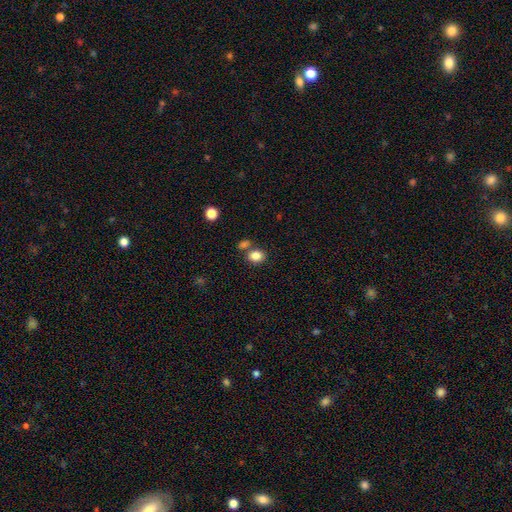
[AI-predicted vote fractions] smooth 83%, star or artifact 10%, featured or disk 6%. Down the decision tree: how rounded — in between (51%); merging — none (66%).